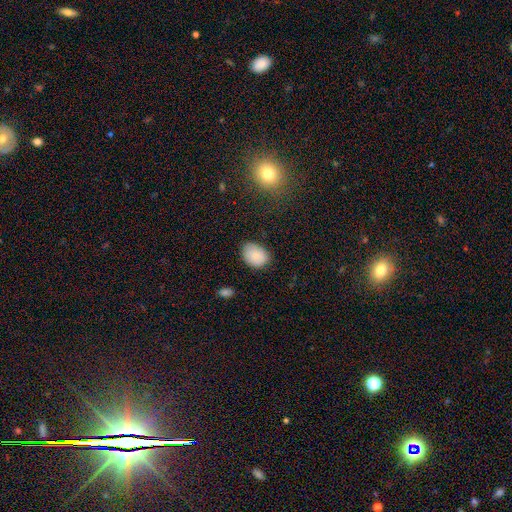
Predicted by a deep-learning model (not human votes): The model was most divided on "how rounded": in between: 69%, round: 30%, cigar-shaped: 1%. More confident: smooth or featured — smooth (85%); merging — none (74%).